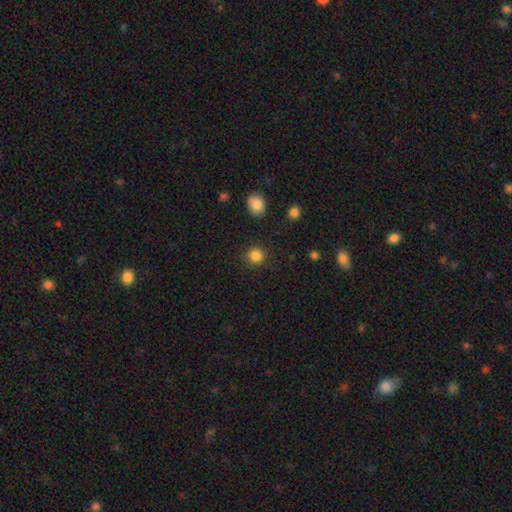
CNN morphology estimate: Smooth or featured?
  - smooth: 85% *
  - star or artifact: 11%
  - featured or disk: 3%
How rounded?
  - round: 92% *
  - in between: 7%
  - cigar-shaped: 1%
Merging?
  - none: 90% *
  - minor disturbance: 6%
  - major disturbance: 2%
  - merger: 1%